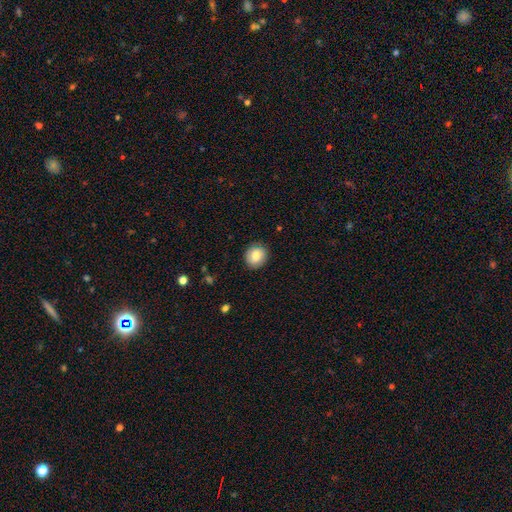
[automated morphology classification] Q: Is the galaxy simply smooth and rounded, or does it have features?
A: smooth — 78%.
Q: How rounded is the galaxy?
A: round — 79%.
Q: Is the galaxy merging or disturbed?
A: none — 87%.